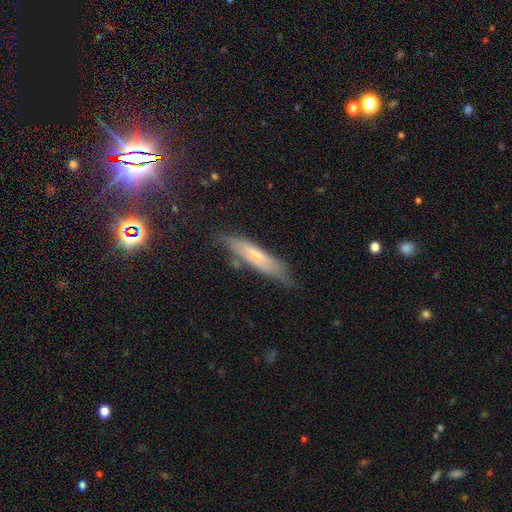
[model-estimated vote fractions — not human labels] A smooth galaxy with no disk features (48%).

Vote fractions:
- Smooth or featured? smooth: 48% / featured or disk: 44% / star or artifact: 8%
- Merging? none: 63% / minor disturbance: 27% / major disturbance: 6% / merger: 4%